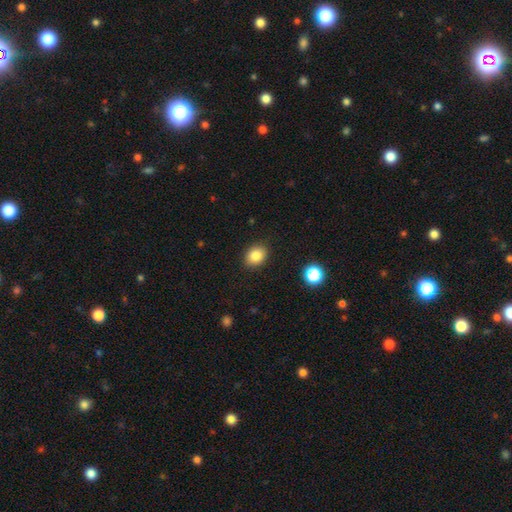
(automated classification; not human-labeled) A smooth galaxy with no disk features (85%) that is in between round and cigar-shaped (54%). Merging: none (89%).